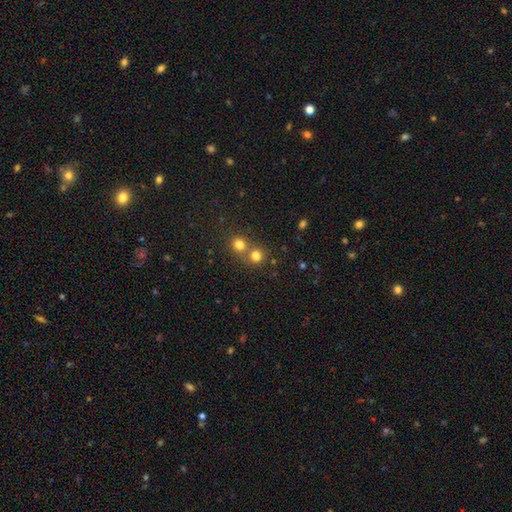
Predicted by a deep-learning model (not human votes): Smooth or featured: smooth — 77% (star or artifact — 15%)
How rounded: round — 84% (in between — 15%)
Merging: none — 46% (tied with merger — 46%)